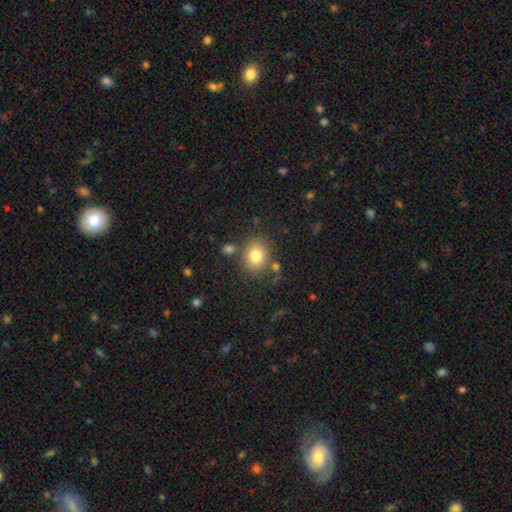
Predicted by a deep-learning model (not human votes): A smooth galaxy with no disk features (79%) that is round (59%).

Vote fractions:
- Smooth or featured? smooth: 79% / star or artifact: 11% / featured or disk: 10%
- How rounded? round: 59% / in between: 40% / cigar-shaped: 1%
- Merging? none: 76% / minor disturbance: 11% / merger: 8% / major disturbance: 4%